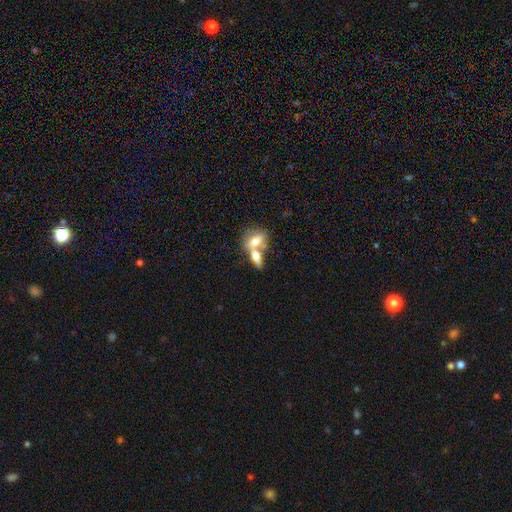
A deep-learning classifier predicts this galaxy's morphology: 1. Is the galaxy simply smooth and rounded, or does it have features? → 62% smooth, 31% featured or disk, 7% star or artifact.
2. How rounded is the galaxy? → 75% in between, 13% round, 12% cigar-shaped.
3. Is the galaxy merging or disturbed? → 67% merger, 23% none, 6% minor disturbance, 4% major disturbance.